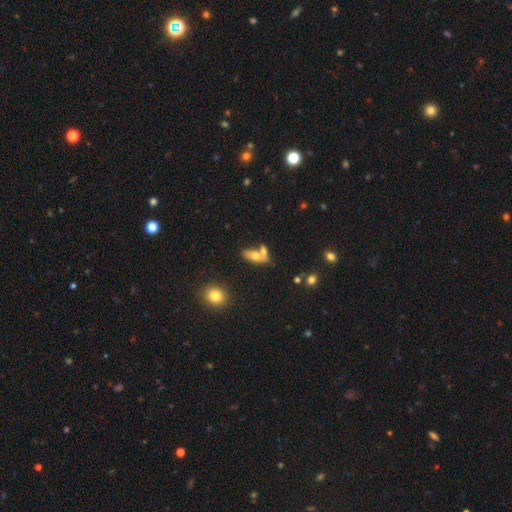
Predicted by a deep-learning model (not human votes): A smooth galaxy with no disk features (65%) that is in between round and cigar-shaped (78%). Merging: merger (44%).